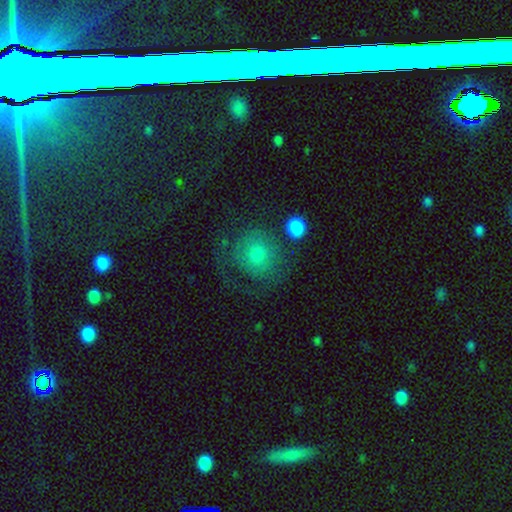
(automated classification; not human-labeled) Smooth or featured? Predicted: smooth (p=0.66). How rounded? Predicted: round (p=0.85). Merging? Predicted: none (p=0.57).